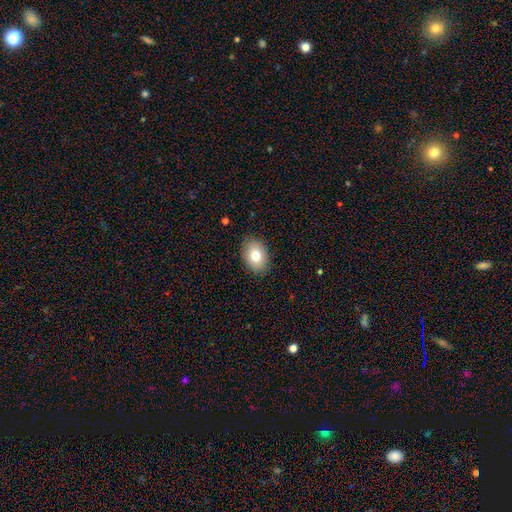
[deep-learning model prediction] smooth-or-featured: smooth: 77% | featured or disk: 14% | star or artifact: 9%
  how-rounded: in between: 78% | round: 21% | cigar-shaped: 1%
  merging: none: 87% | minor disturbance: 10% | major disturbance: 2% | merger: 1%